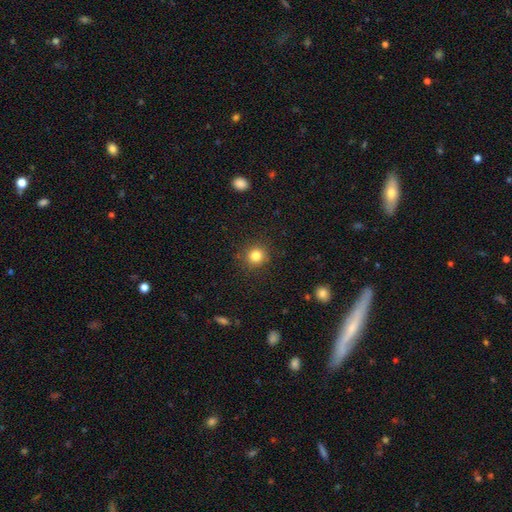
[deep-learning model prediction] A smooth galaxy with no disk features (82%) that is round (91%). Merging: none (89%).